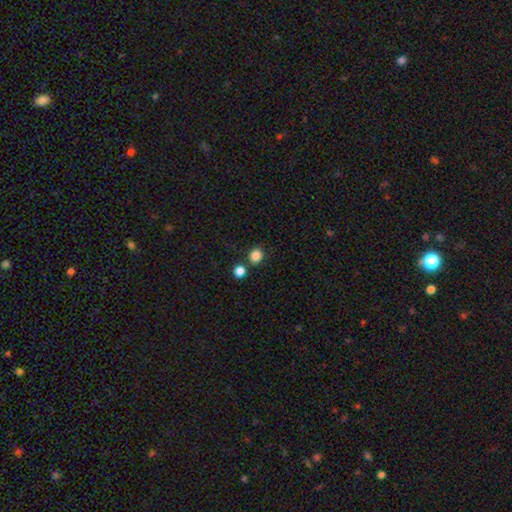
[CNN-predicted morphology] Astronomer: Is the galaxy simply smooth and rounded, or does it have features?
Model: smooth — 84%.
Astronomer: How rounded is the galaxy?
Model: round — 76%.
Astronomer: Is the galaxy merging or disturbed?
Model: none — 78%.